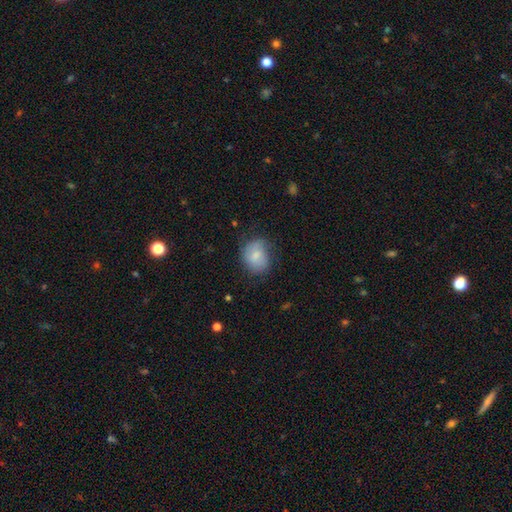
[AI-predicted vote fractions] Smooth or featured: smooth — 76% (featured or disk — 17%)
How rounded: round — 56% (in between — 43%)
Merging: none — 59% (minor disturbance — 28%)